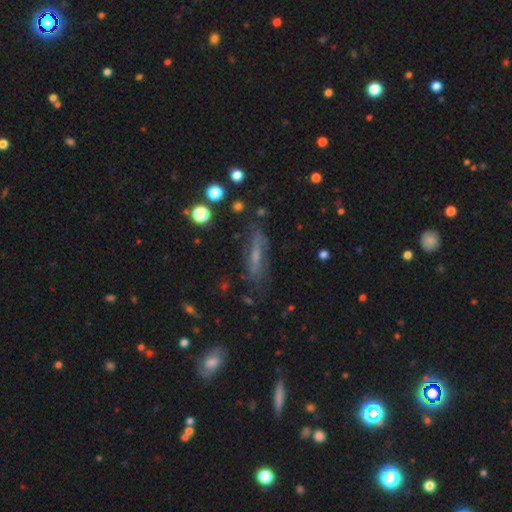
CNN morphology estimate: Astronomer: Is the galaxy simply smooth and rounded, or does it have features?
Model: featured or disk — 51% (runner-up: smooth, 32%).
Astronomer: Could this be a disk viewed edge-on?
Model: yes — 57% (runner-up: no, 43%).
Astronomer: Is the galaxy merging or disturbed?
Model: none — 72%.